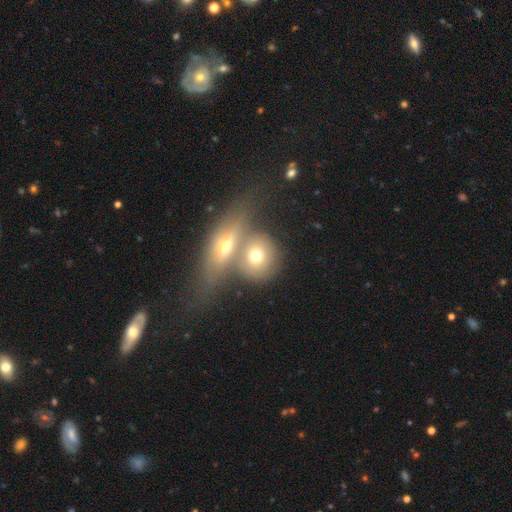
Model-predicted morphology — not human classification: This is likely a smooth galaxy (60%). How rounded: likely round (64%). Merging: possibly merger (56%).